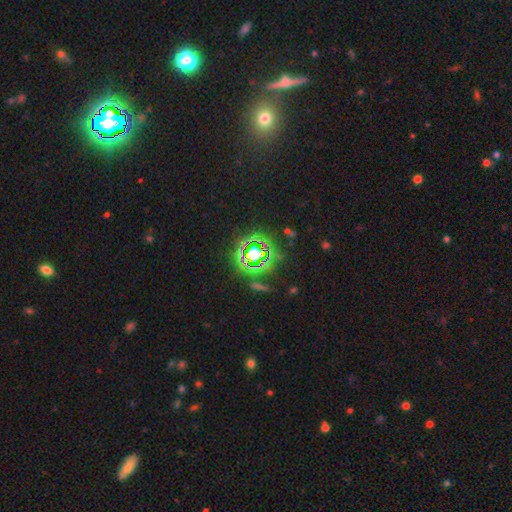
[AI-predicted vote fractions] A star or artifact, not a galaxy (79%).

Vote fractions:
- Smooth or featured? star or artifact: 79% / smooth: 13% / featured or disk: 8%